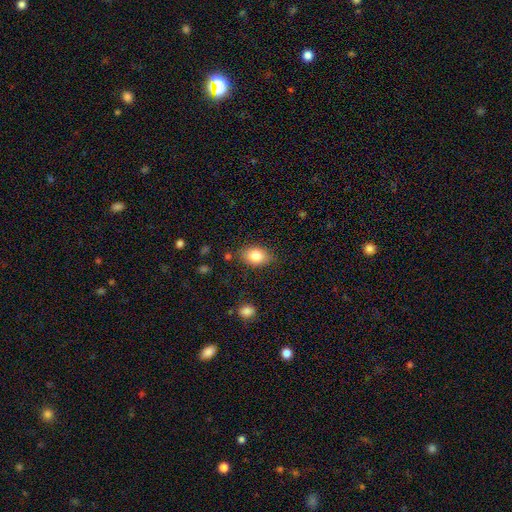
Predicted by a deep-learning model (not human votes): A smooth galaxy with no disk features (83%) that is in between round and cigar-shaped (80%).

Vote fractions:
- Smooth or featured? smooth: 83% / featured or disk: 9% / star or artifact: 8%
- How rounded? in between: 80% / round: 19% / cigar-shaped: 2%
- Merging? none: 79% / minor disturbance: 15% / major disturbance: 3% / merger: 2%